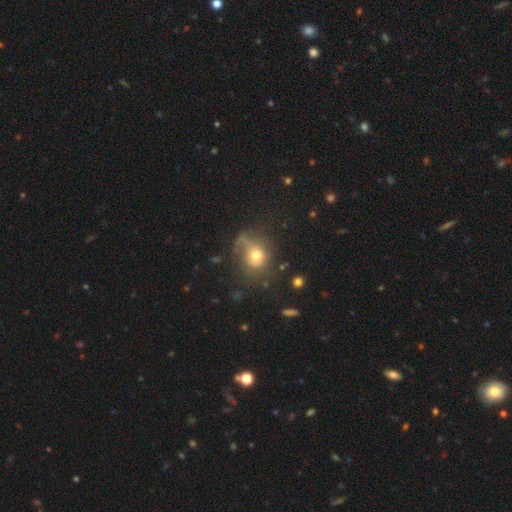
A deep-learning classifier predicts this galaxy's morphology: smooth-or-featured: smooth: 60% | featured or disk: 26% | star or artifact: 14%
  how-rounded: round: 70% | in between: 28% | cigar-shaped: 1%
  merging: none: 42% | major disturbance: 31% | minor disturbance: 22% | merger: 5%